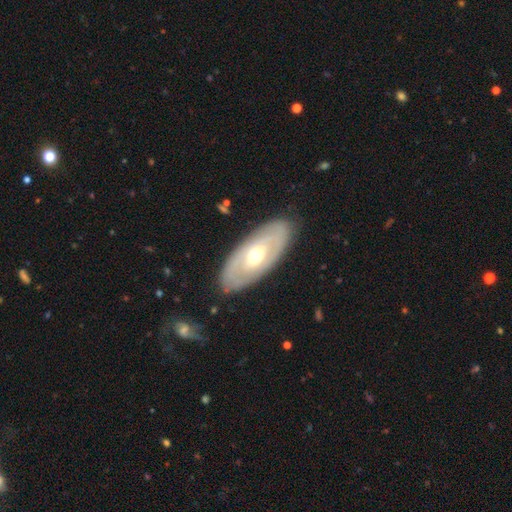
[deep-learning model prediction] Overall: featured or disk (60%; smooth 35%). Edge-on disk: no (84%). Bar: no (68%). Spiral arms: no (65%; yes 35%). Bulge size: moderate (74%). Merging: none (85%).